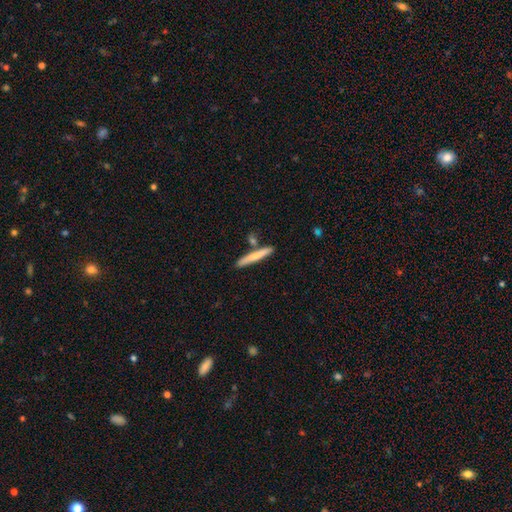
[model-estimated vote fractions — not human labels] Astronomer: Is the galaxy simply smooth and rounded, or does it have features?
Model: smooth — 69%.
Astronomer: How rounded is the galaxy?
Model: cigar-shaped — 94%.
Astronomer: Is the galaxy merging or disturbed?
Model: none — 79%.